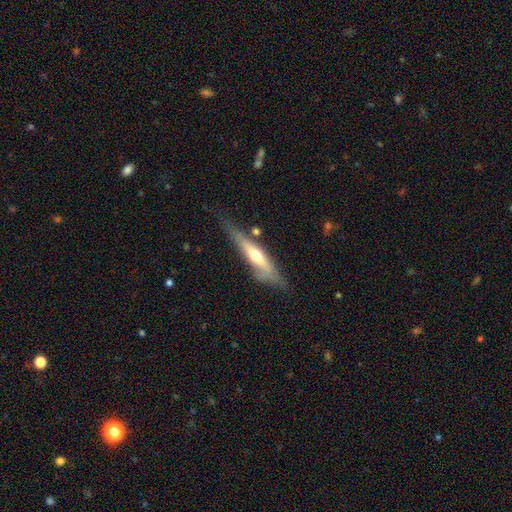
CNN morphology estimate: type=featured or disk (57%); edge-on=yes (85%); merging=none (61%).